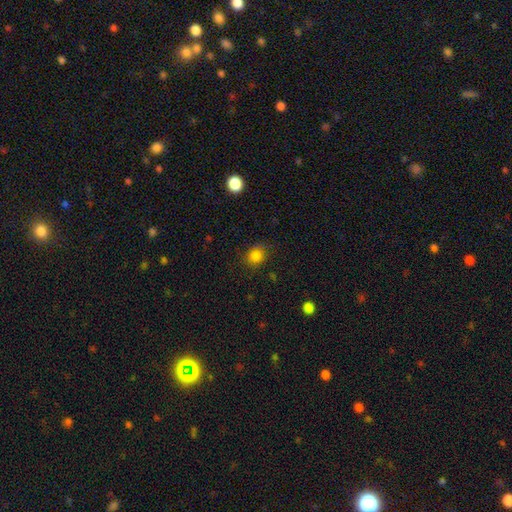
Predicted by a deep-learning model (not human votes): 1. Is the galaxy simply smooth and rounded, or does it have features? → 83% smooth, 12% star or artifact, 5% featured or disk.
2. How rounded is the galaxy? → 71% round, 28% in between, 1% cigar-shaped.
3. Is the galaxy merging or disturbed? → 78% none, 16% minor disturbance, 4% major disturbance, 1% merger.